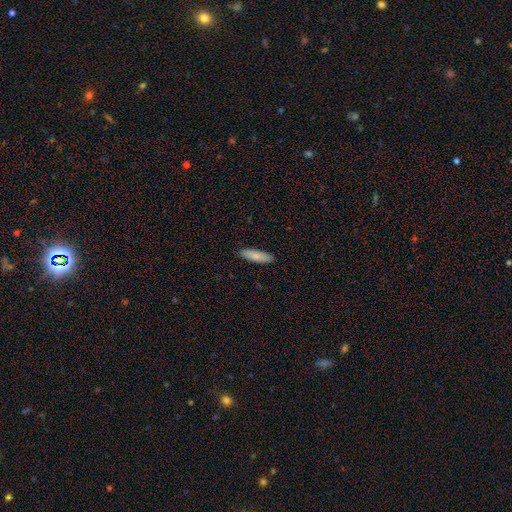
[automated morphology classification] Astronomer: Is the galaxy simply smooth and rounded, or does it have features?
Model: smooth — 85%.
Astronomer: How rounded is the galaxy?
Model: cigar-shaped — 63%.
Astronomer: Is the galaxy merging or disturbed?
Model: none — 90%.